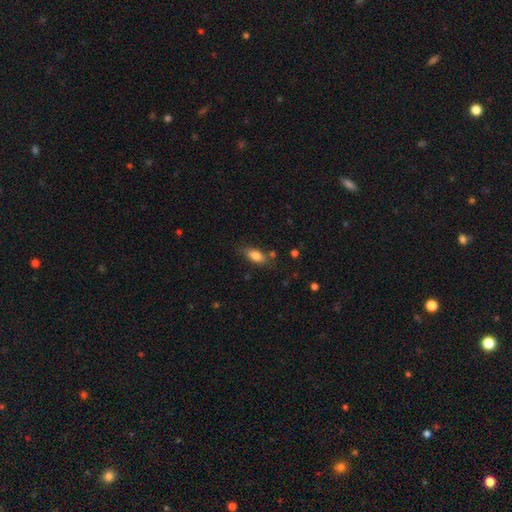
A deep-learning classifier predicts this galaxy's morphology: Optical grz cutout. It shows a smooth galaxy with no disk features (82%) that is in between round and cigar-shaped (85%). Merging: none (75%).